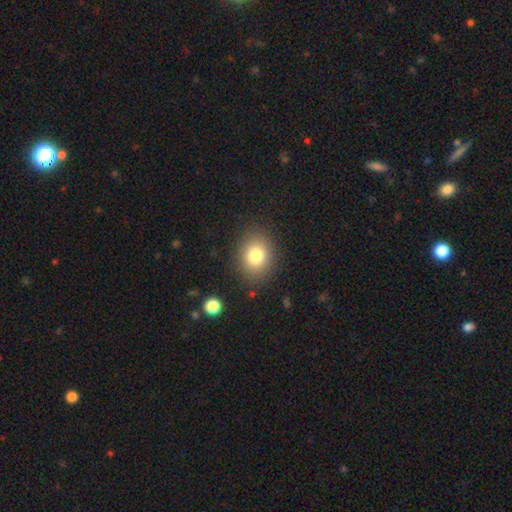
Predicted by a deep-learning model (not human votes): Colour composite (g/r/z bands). It shows a smooth galaxy with no disk features (80%) that is round (54%). Merging: none (86%).